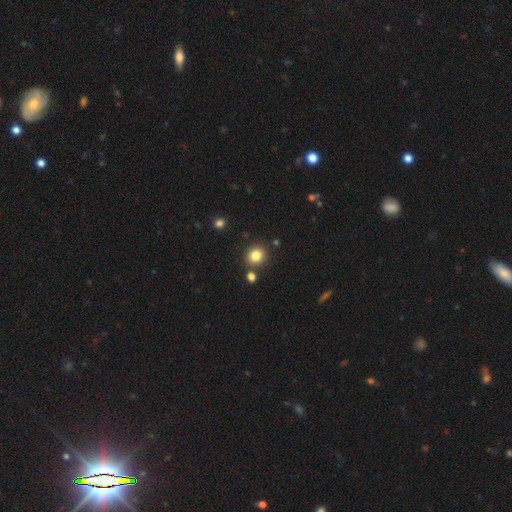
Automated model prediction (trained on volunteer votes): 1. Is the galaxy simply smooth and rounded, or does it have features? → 83% smooth, 11% star or artifact, 6% featured or disk.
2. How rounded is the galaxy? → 80% round, 19% in between, 1% cigar-shaped.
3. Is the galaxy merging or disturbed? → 82% none, 8% minor disturbance, 7% merger, 2% major disturbance.